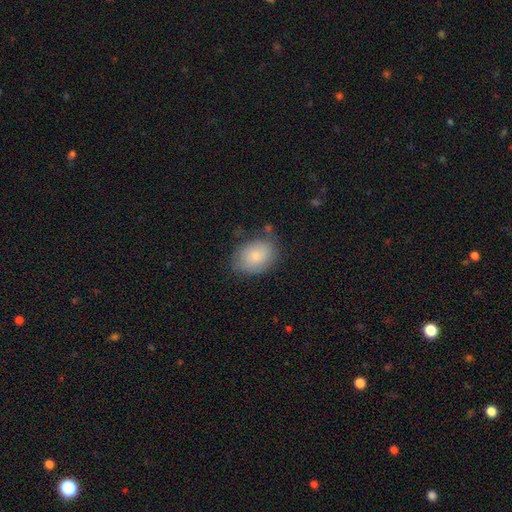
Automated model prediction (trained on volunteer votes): Overall: smooth (79%). How rounded: in between (73%). Merging: none (73%).